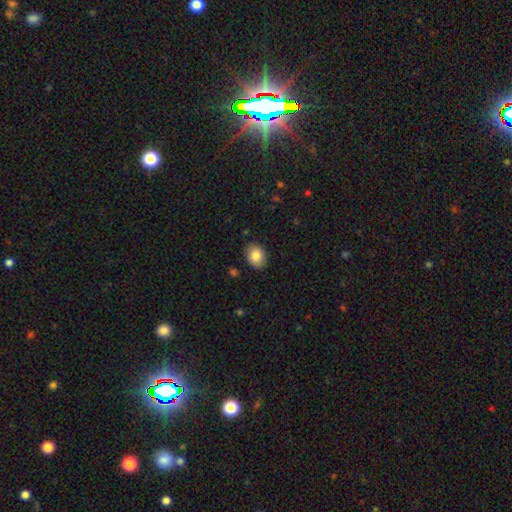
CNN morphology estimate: type=smooth (85%); roundness=in between (73%); merging=none (86%).